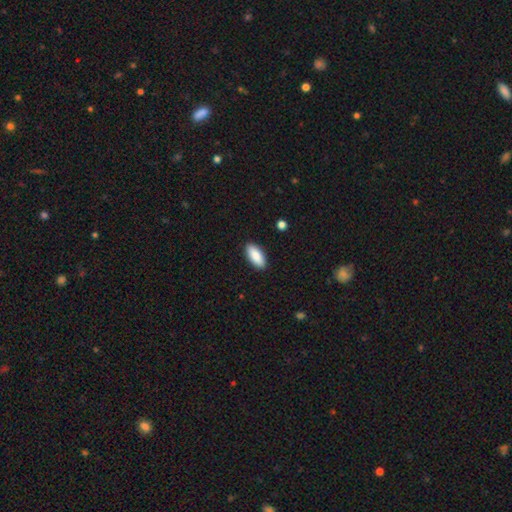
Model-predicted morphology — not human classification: Smooth or featured: smooth — 88% (featured or disk — 7%)
How rounded: in between — 86% (cigar-shaped — 12%)
Merging: none — 90% (minor disturbance — 7%)